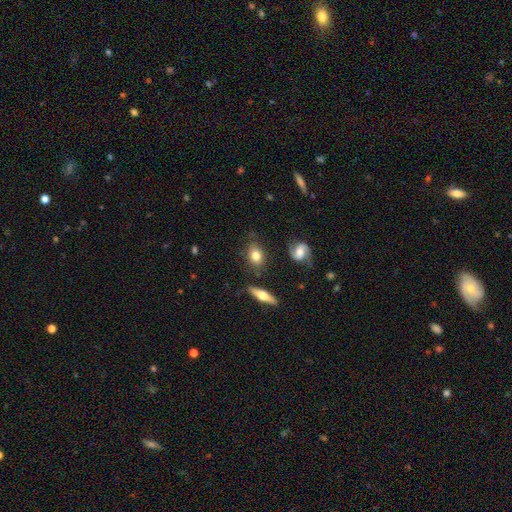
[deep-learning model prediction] A smooth galaxy with no disk features (74%) that is in between round and cigar-shaped (68%). Merging: none (78%).